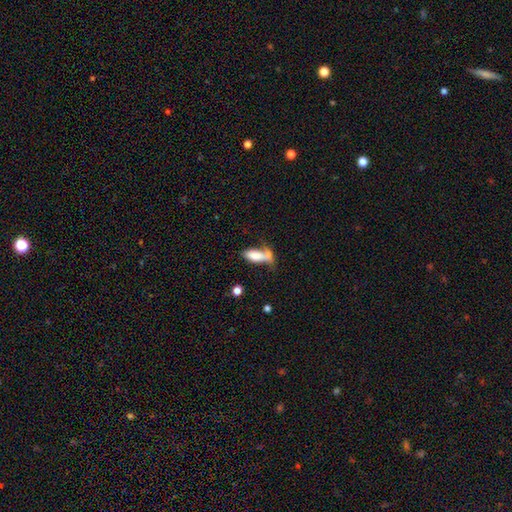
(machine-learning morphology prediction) type=smooth (75%); roundness=in between (77%); merging=merger (44%).